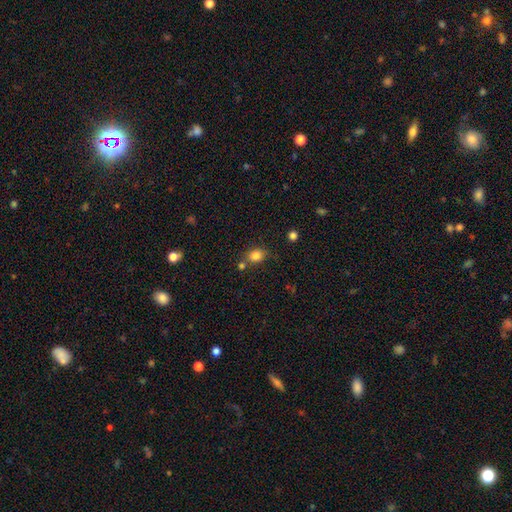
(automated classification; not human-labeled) Smooth or featured? Predicted: smooth (p=0.83). How rounded? Predicted: round (p=0.55). Merging? Predicted: none (p=0.64).